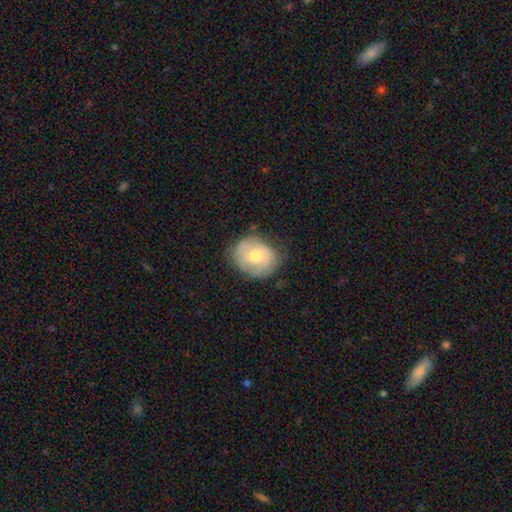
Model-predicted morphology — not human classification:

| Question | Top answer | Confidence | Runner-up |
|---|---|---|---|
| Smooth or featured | smooth | 47% | featured or disk (46%) |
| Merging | none | 67% | minor disturbance (24%) |